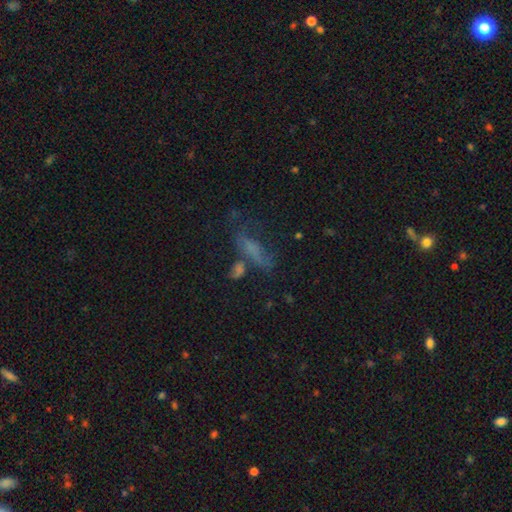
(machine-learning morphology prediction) Smooth or featured?
  - smooth: 36% *
  - featured or disk: 33%
  - star or artifact: 30%
Merging?
  - none: 55% *
  - minor disturbance: 19%
  - major disturbance: 15%
  - merger: 11%